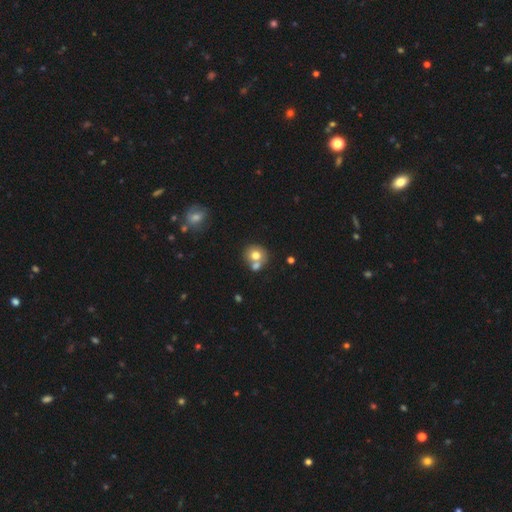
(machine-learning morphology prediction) Smooth or featured?
  - smooth: 73% *
  - featured or disk: 17%
  - star or artifact: 10%
How rounded?
  - round: 80% *
  - in between: 19%
  - cigar-shaped: 1%
Merging?
  - none: 45% *
  - merger: 43%
  - minor disturbance: 9%
  - major disturbance: 3%